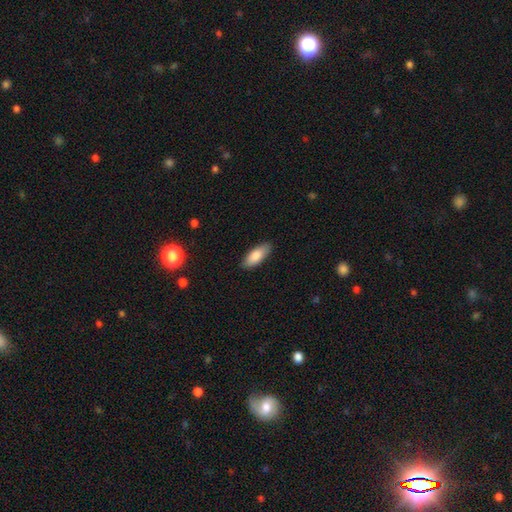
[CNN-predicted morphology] A smooth galaxy with no disk features (84%) that is in between round and cigar-shaped (79%).

Vote fractions:
- Smooth or featured? smooth: 84% / featured or disk: 10% / star or artifact: 6%
- How rounded? in between: 79% / cigar-shaped: 20% / round: 2%
- Merging? none: 87% / minor disturbance: 10% / major disturbance: 2% / merger: 1%